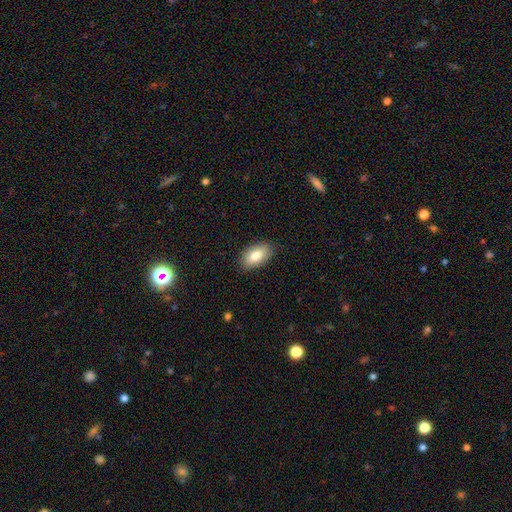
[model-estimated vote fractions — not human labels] smooth_or_featured: smooth (p=0.81) [alt: featured or disk p=0.12]
how_rounded: in between (p=0.92) [alt: round p=0.05]
merging: none (p=0.86) [alt: minor disturbance p=0.11]